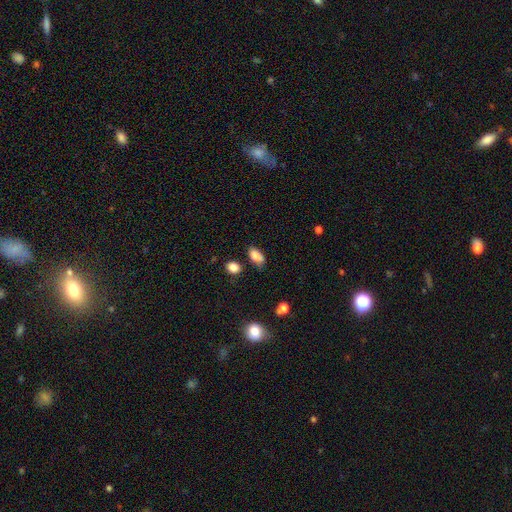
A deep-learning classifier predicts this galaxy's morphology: This appears to be a smooth galaxy with no disk features (80%) that is in between round and cigar-shaped (87%). Merging: none (55%).